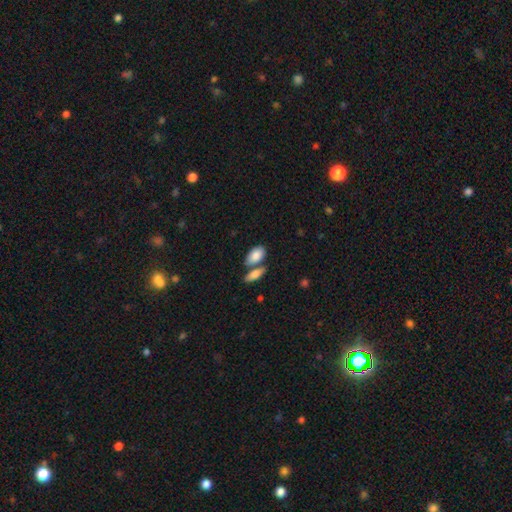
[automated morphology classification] Q: Smooth or featured?
A: smooth (84%); runner-up: featured or disk (10%)
Q: How rounded?
A: in between (91%); runner-up: round (5%)
Q: Merging?
A: none (51%); runner-up: merger (34%)